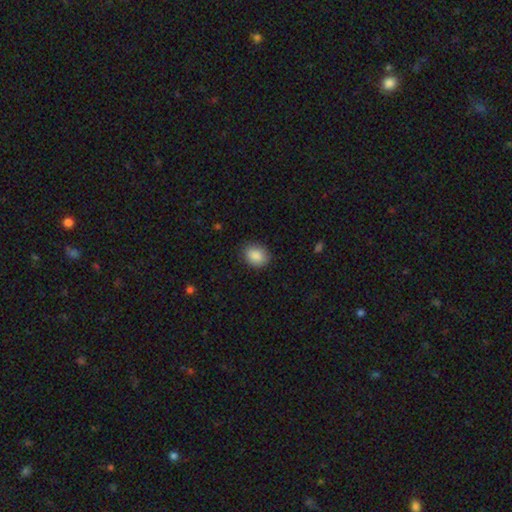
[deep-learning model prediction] A smooth galaxy with no disk features (88%) that is in between round and cigar-shaped (60%).

Vote fractions:
- Smooth or featured? smooth: 88% / star or artifact: 7% / featured or disk: 4%
- How rounded? in between: 60% / round: 39% / cigar-shaped: 1%
- Merging? none: 85% / minor disturbance: 11% / major disturbance: 3% / merger: 1%